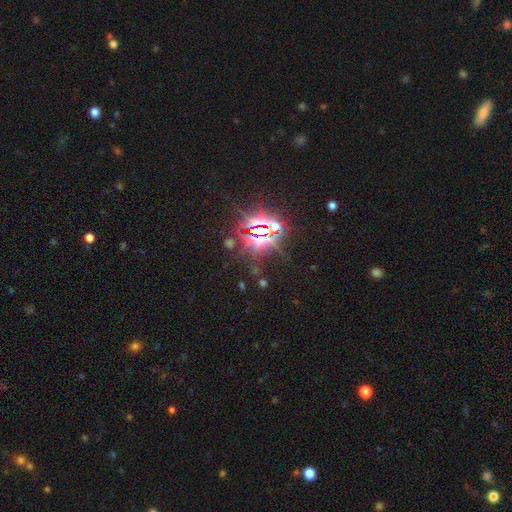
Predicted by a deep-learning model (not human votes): Overall: star or artifact (84%).